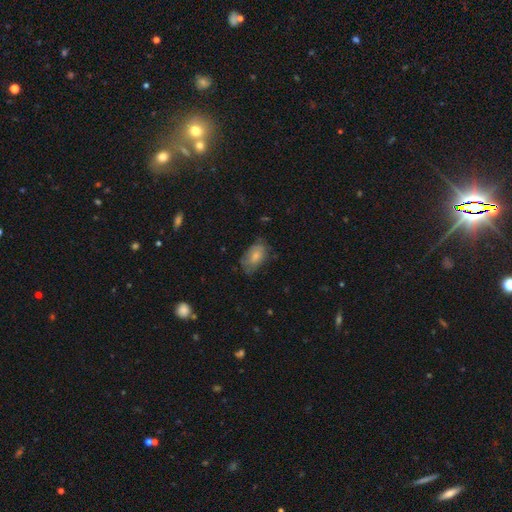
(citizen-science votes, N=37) This appears to be a smooth galaxy with no disk features (76%) that is in between round and cigar-shaped (86%). Merging: none (40%).